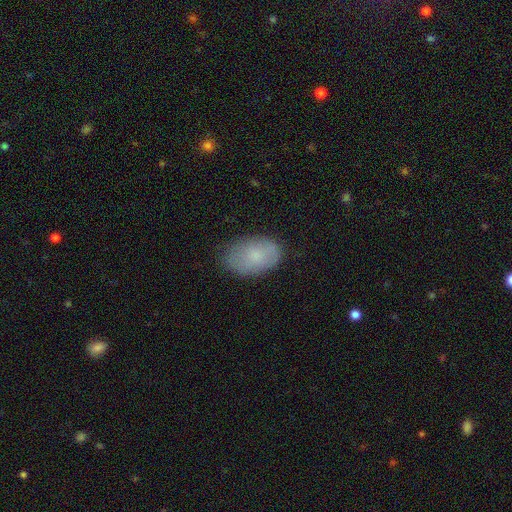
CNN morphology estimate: A smooth galaxy with no disk features (76%) that is in between round and cigar-shaped (91%).

Vote fractions:
- Smooth or featured? smooth: 76% / featured or disk: 16% / star or artifact: 7%
- How rounded? in between: 91% / round: 8% / cigar-shaped: 1%
- Merging? none: 76% / minor disturbance: 18% / major disturbance: 4% / merger: 1%